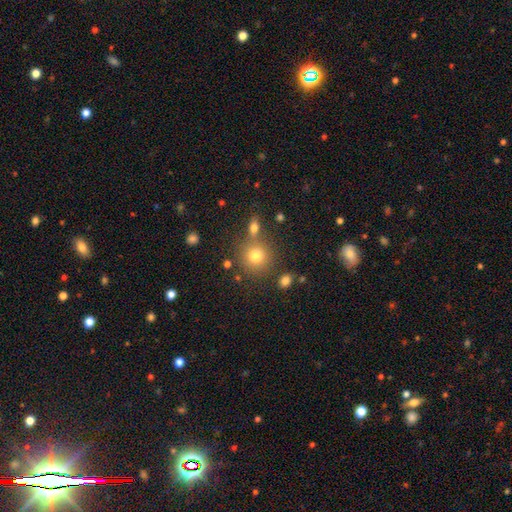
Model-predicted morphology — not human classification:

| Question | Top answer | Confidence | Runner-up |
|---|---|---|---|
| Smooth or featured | smooth | 77% | star or artifact (14%) |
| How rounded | round | 90% | in between (9%) |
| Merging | none | 73% | merger (14%) |